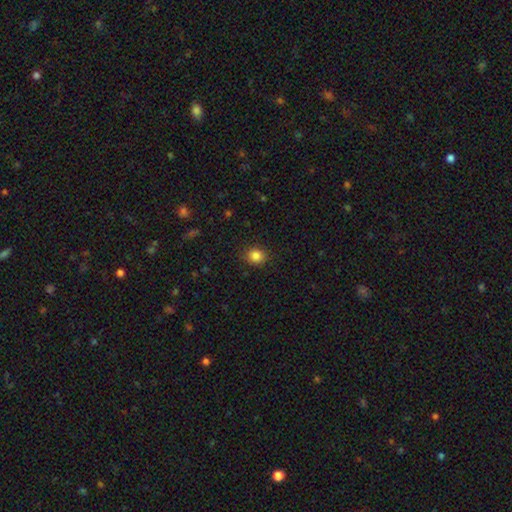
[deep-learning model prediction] Morphology: type=smooth (85%); roundness=round (73%); merging=none (87%).